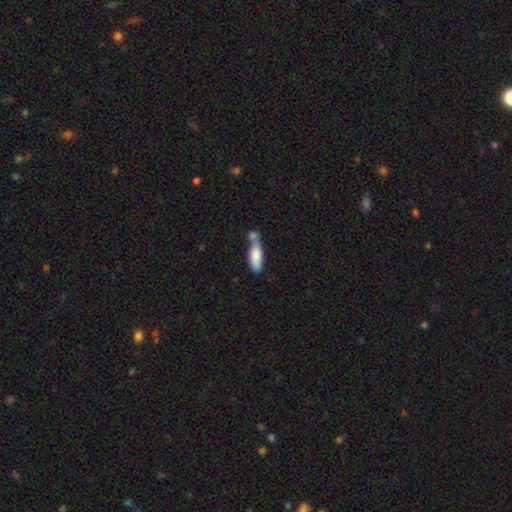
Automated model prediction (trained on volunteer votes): This is clearly a smooth galaxy (81%). How rounded: possibly in between (57%). Merging: possibly merger (49%).